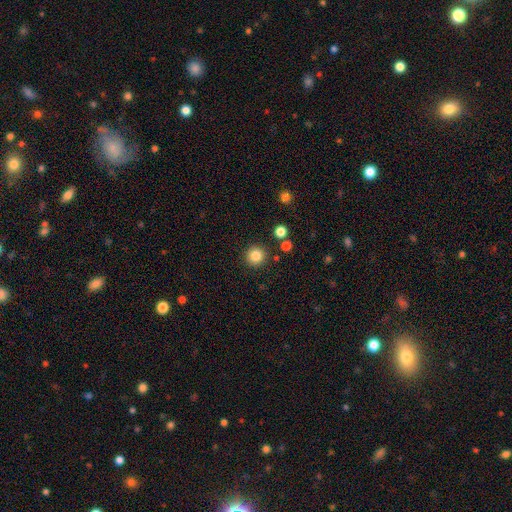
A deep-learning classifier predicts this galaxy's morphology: Smooth or featured? Predicted: smooth (p=0.85). How rounded? Predicted: round (p=0.95). Merging? Predicted: none (p=0.90).